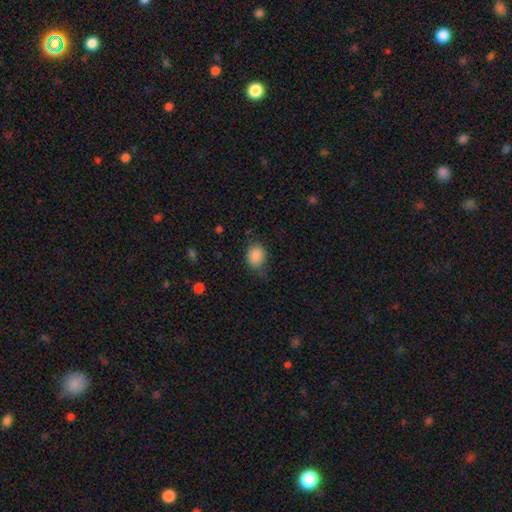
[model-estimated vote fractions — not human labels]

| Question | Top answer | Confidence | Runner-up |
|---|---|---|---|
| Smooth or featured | smooth | 88% | star or artifact (8%) |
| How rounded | round | 52% | in between (47%) |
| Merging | none | 69% | minor disturbance (23%) |